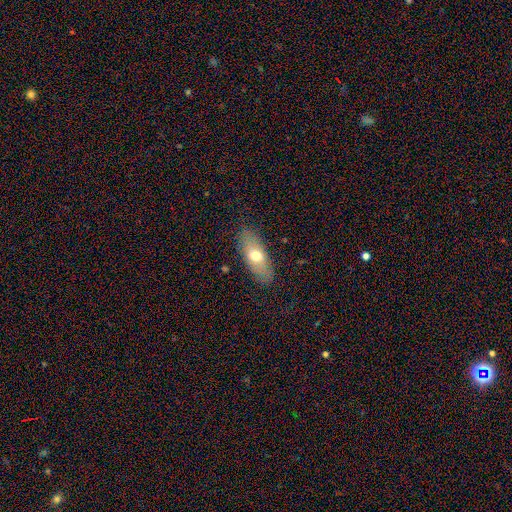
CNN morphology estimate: smooth-or-featured: smooth: 64% | featured or disk: 29% | star or artifact: 7%
  how-rounded: in between: 79% | cigar-shaped: 17% | round: 3%
  merging: none: 85% | minor disturbance: 11% | major disturbance: 3% | merger: 1%